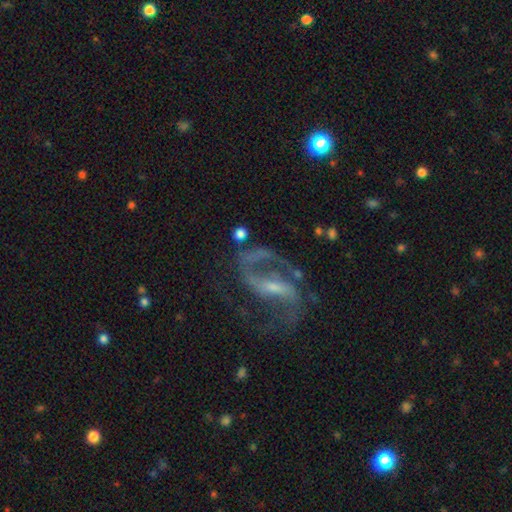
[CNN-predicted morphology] Smooth or featured? Predicted: featured or disk (p=0.89). Edge-on disk? Predicted: no (p=0.97). Bar? Predicted: strong (p=0.46). Spiral arms? Predicted: yes (p=0.95). Spiral winding? Predicted: medium (p=0.50). Spiral arm count? Predicted: 2 (p=0.87). Bulge size? Predicted: small (p=0.59). Merging? Predicted: none (p=0.59).